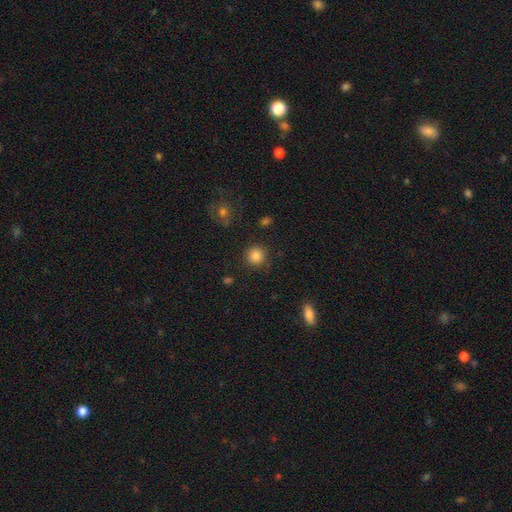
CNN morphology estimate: Smooth or featured: smooth — 85% (star or artifact — 11%)
How rounded: round — 93% (in between — 6%)
Merging: none — 87% (minor disturbance — 8%)